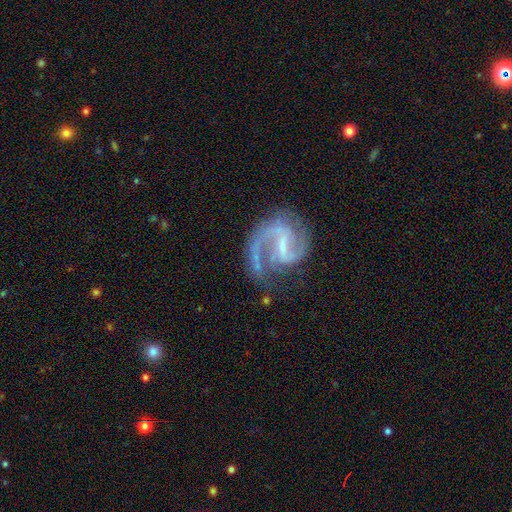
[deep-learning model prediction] Q: Smooth or featured?
A: featured or disk (91%); runner-up: star or artifact (5%)
Q: Edge-on disk?
A: no (98%); runner-up: yes (2%)
Q: Bar?
A: weak (50%); runner-up: strong (37%)
Q: Spiral arms?
A: yes (98%); runner-up: no (2%)
Q: Spiral winding?
A: medium (58%); runner-up: loose (24%)
Q: Spiral arm count?
A: 2 (84%); runner-up: 1 (6%)
Q: Bulge size?
A: small (51%); runner-up: none (32%)
Q: Merging?
A: none (64%); runner-up: minor disturbance (19%)